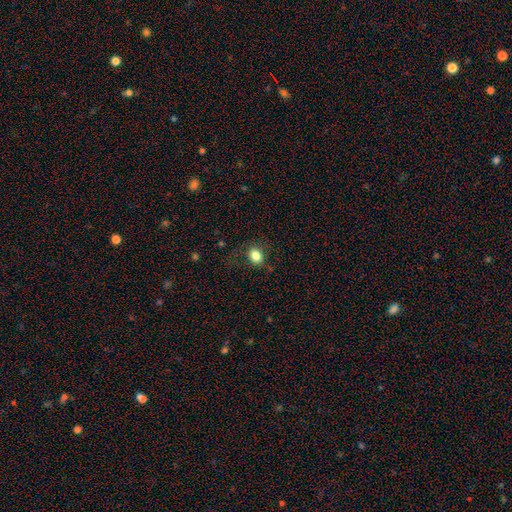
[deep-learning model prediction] This appears to be a smooth galaxy with no disk features (83%) that is round (50%). Merging: none (80%).